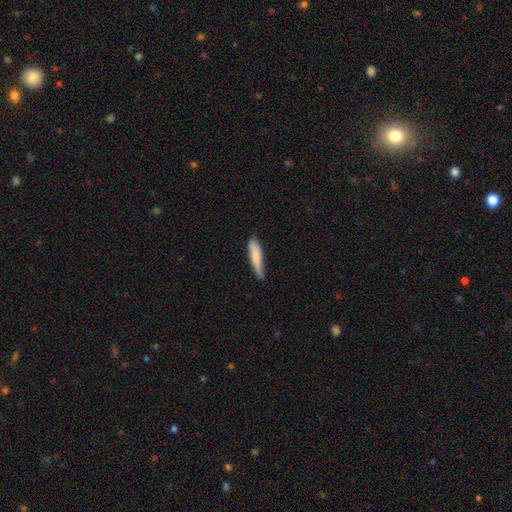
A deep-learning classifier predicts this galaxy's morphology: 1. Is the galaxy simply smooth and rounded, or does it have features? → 80% smooth, 14% featured or disk, 5% star or artifact.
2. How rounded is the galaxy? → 85% cigar-shaped, 13% in between, 1% round.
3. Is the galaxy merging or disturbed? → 69% none, 25% minor disturbance, 4% major disturbance, 2% merger.